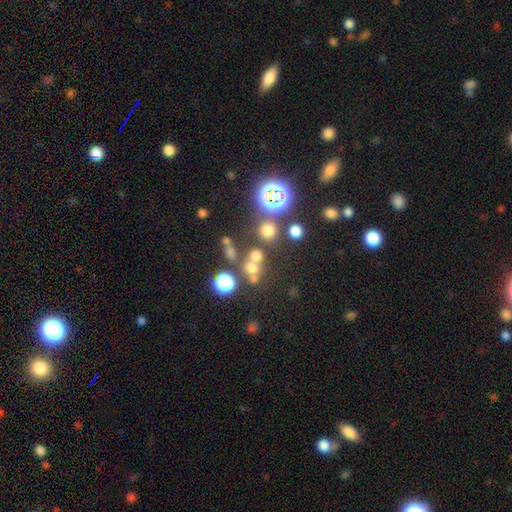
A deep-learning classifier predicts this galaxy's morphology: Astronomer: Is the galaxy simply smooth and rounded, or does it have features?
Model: smooth — 62%.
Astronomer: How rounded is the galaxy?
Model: round — 86%.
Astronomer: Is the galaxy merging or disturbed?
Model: none — 58%.